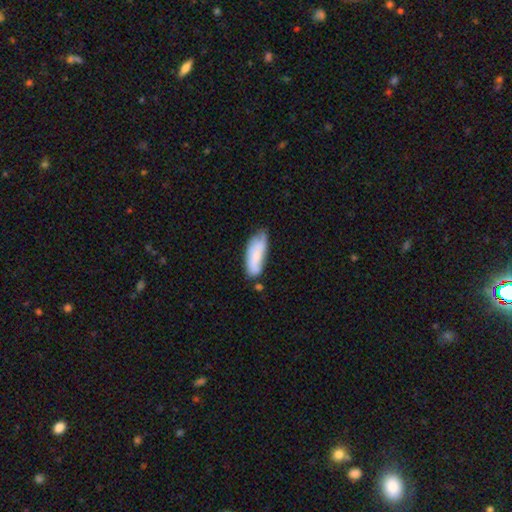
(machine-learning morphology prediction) smooth-or-featured: smooth: 71% | featured or disk: 22% | star or artifact: 7%
  how-rounded: in between: 66% | cigar-shaped: 32% | round: 2%
  merging: none: 52% | minor disturbance: 33% | major disturbance: 9% | merger: 6%